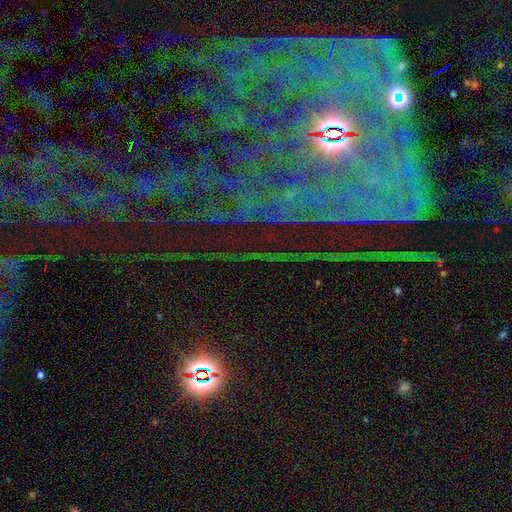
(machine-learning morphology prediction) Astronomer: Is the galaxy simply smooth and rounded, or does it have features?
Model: star or artifact — 77%.